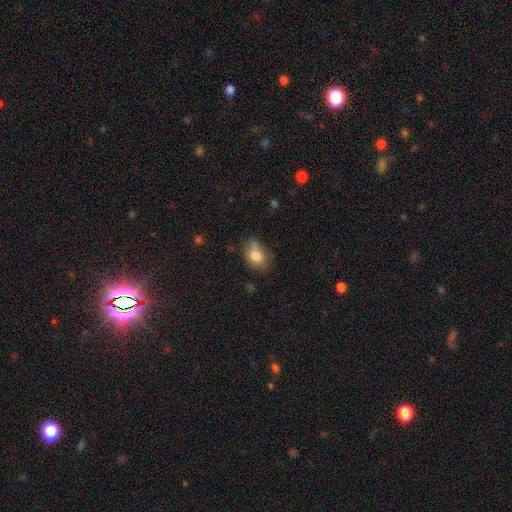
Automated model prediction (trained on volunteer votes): smooth-or-featured: smooth: 77% | featured or disk: 13% | star or artifact: 10%
  how-rounded: in between: 66% | round: 32% | cigar-shaped: 2%
  merging: none: 49% | minor disturbance: 30% | merger: 11% | major disturbance: 10%